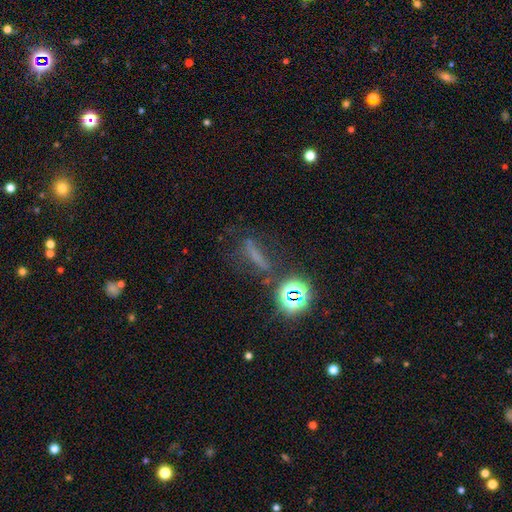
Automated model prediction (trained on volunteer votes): Overall: smooth (44%; star or artifact 35%). Merging: none (63%).